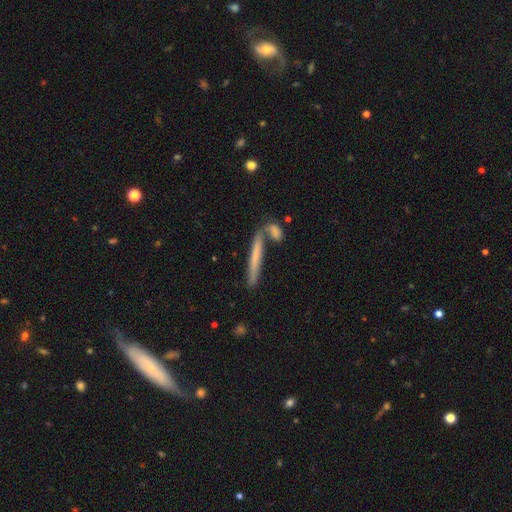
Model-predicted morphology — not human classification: Smooth or featured? Predicted: smooth (p=0.59). How rounded? Predicted: cigar-shaped (p=0.94). Merging? Predicted: none (p=0.67).